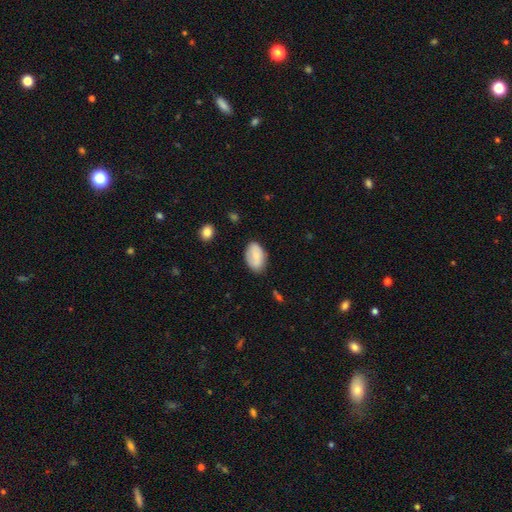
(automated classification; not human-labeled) smooth_or_featured: smooth (p=0.74) [alt: featured or disk p=0.19]
how_rounded: in between (p=0.92) [alt: round p=0.07]
merging: none (p=0.76) [alt: minor disturbance p=0.18]